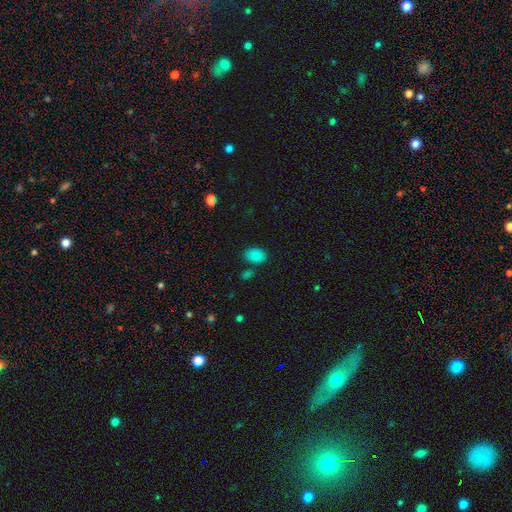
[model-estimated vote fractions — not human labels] Smooth or featured: smooth — 85% (star or artifact — 9%)
How rounded: in between — 85% (round — 14%)
Merging: none — 75% (minor disturbance — 13%)